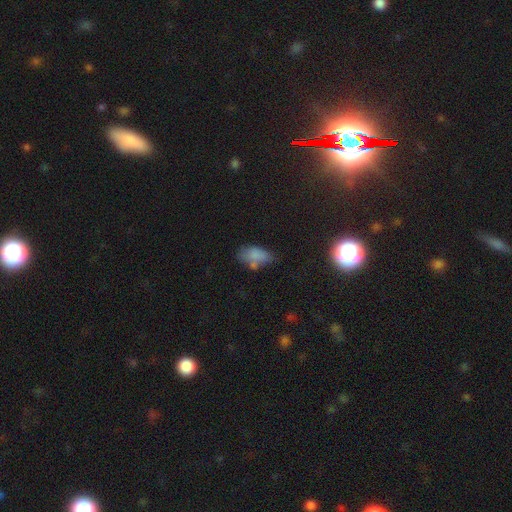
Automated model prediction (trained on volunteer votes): smooth-or-featured: smooth: 76% | star or artifact: 12% | featured or disk: 12%
  how-rounded: in between: 90% | round: 6% | cigar-shaped: 4%
  merging: none: 45% | minor disturbance: 27% | merger: 16% | major disturbance: 12%